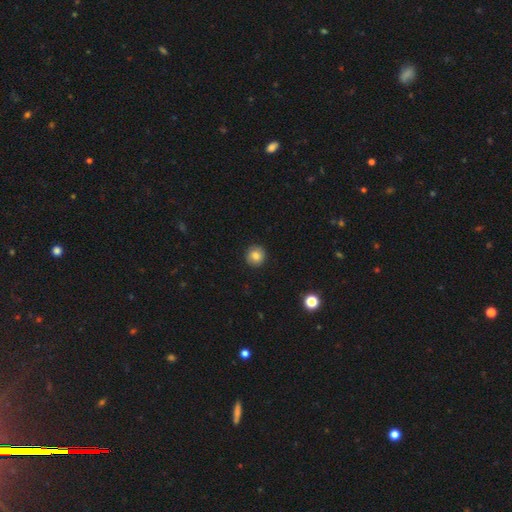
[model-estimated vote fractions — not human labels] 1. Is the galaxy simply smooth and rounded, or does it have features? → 82% smooth, 9% star or artifact, 9% featured or disk.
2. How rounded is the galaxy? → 93% round, 6% in between, 1% cigar-shaped.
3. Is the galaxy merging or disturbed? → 92% none, 6% minor disturbance, 2% major disturbance, 1% merger.